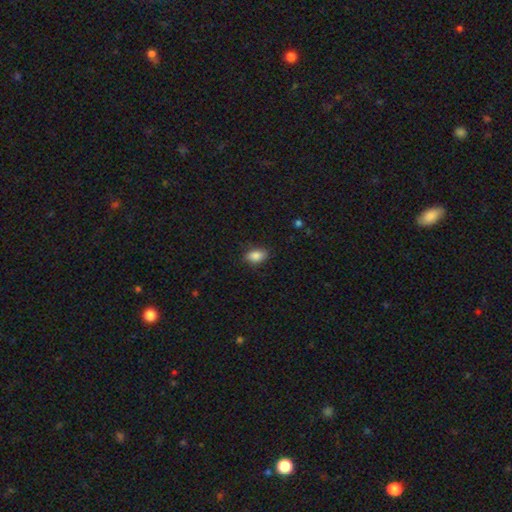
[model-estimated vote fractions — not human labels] Morphology: type=smooth (87%); roundness=in between (88%); merging=none (83%).